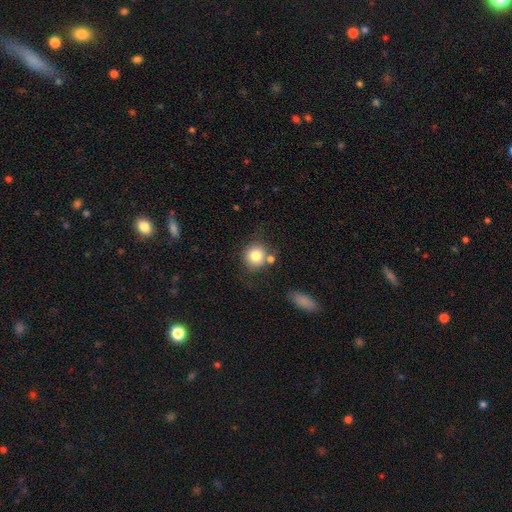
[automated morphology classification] Smooth or featured? smooth (80%)
How rounded? round (89%)
Merging? none (66%)